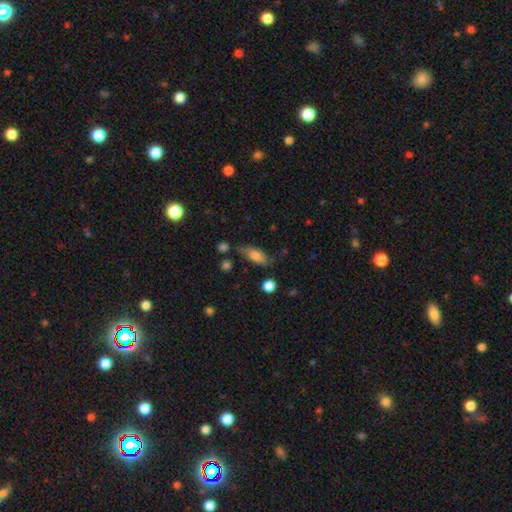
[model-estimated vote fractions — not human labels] Morphology: type=smooth (80%); roundness=in between (79%); merging=none (63%).